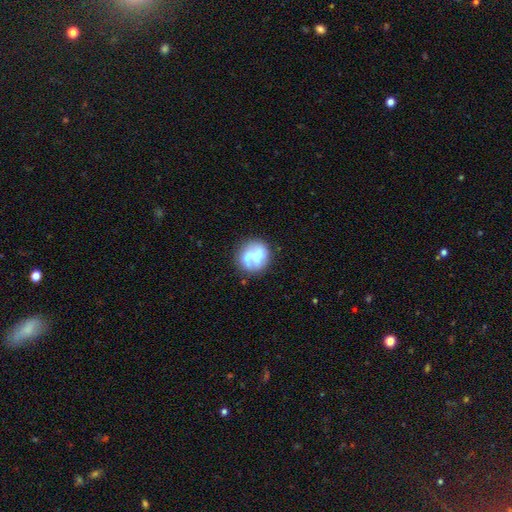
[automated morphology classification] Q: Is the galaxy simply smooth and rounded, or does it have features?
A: smooth — 50%.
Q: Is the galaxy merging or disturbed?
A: none — 49%.